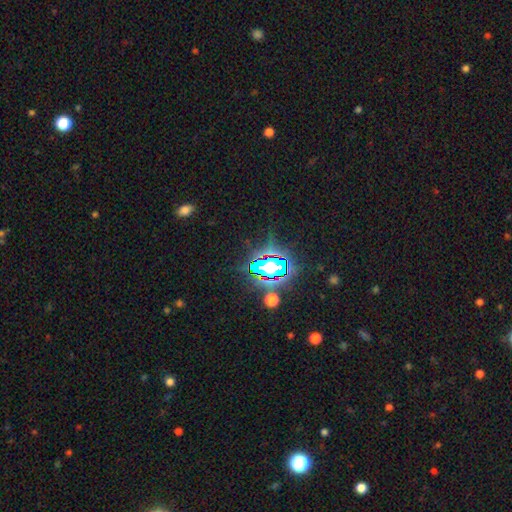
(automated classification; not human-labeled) This is clearly a star or artifact rather than a galaxy (82%).